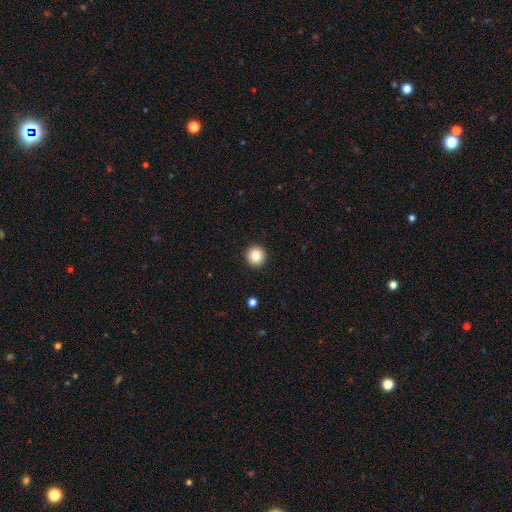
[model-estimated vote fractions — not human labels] This is clearly a smooth galaxy (85%). How rounded: clearly round (95%). Merging: clearly none (93%).